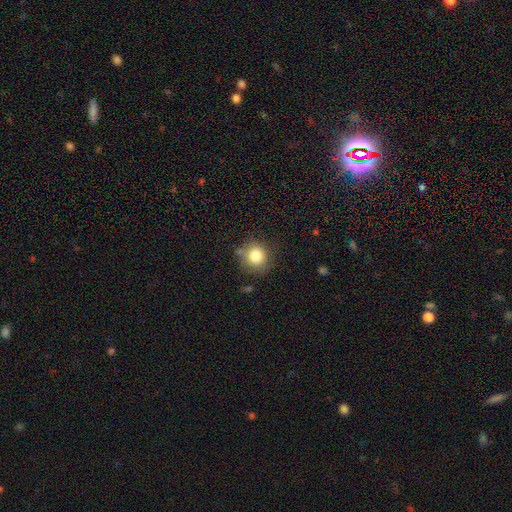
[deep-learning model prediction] Smooth or featured? Predicted: smooth (p=0.81). How rounded? Predicted: round (p=0.88). Merging? Predicted: none (p=0.77).